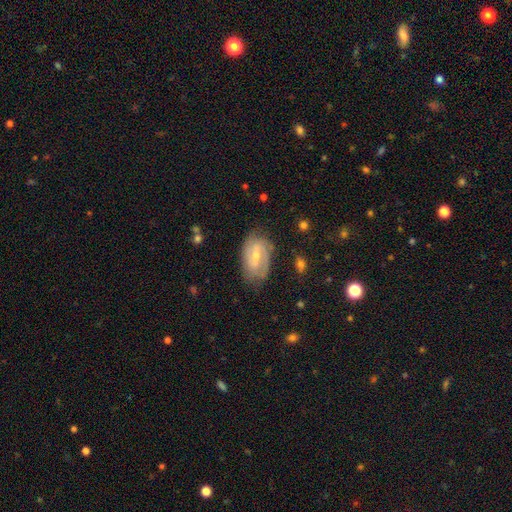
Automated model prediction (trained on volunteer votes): Smooth or featured? Predicted: featured or disk (p=0.75). Edge-on disk? Predicted: no (p=0.96). Bar? Predicted: weak (p=0.53). Spiral arms? Predicted: yes (p=0.89). Spiral winding? Predicted: medium (p=0.43). Spiral arm count? Predicted: 2 (p=0.62). Bulge size? Predicted: small (p=0.53). Merging? Predicted: none (p=0.70).